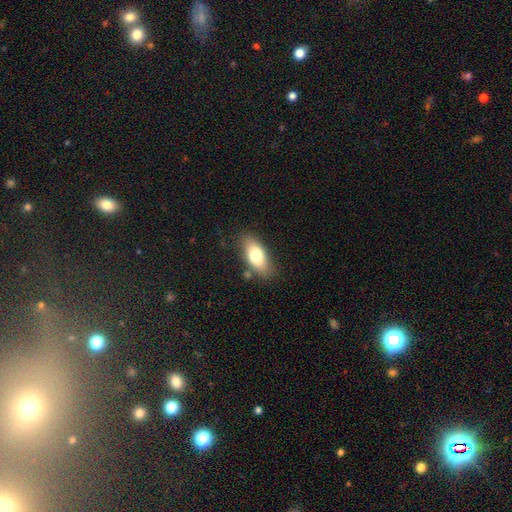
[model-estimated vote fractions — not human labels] This appears to be a smooth galaxy with no disk features (75%) that is in between round and cigar-shaped (84%). Merging: none (80%).